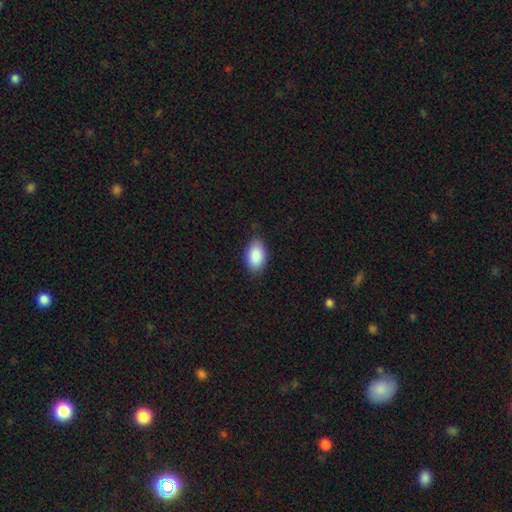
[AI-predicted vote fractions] smooth-or-featured: smooth: 89% | star or artifact: 6% | featured or disk: 5%
  how-rounded: in between: 93% | round: 5% | cigar-shaped: 1%
  merging: none: 83% | minor disturbance: 14% | major disturbance: 3% | merger: 1%